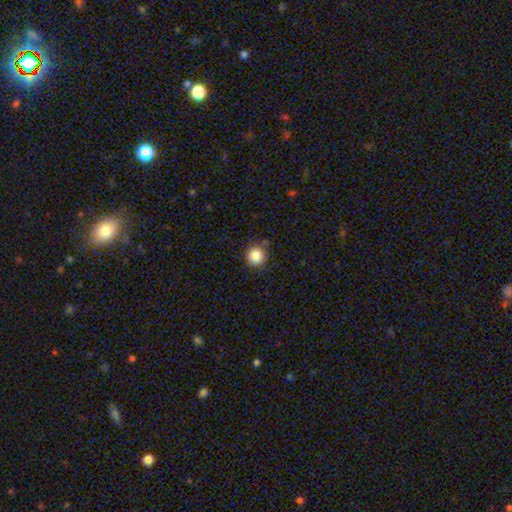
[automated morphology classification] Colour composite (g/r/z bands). It shows a smooth galaxy with no disk features (86%) that is round (93%). Merging: none (84%).